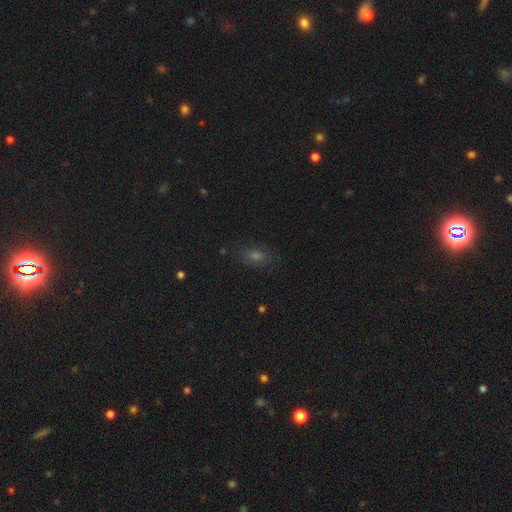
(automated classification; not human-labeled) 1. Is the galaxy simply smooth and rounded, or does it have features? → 57% smooth, 32% star or artifact, 12% featured or disk.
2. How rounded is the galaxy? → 70% in between, 27% round, 3% cigar-shaped.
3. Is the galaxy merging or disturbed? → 83% none, 12% minor disturbance, 4% major disturbance, 2% merger.